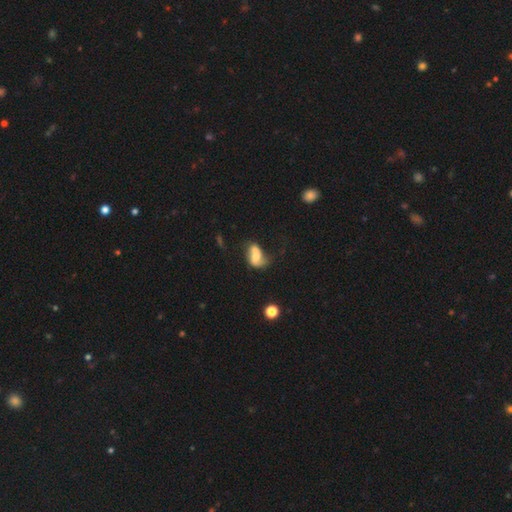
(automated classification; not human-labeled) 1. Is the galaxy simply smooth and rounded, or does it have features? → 52% featured or disk, 39% smooth, 9% star or artifact.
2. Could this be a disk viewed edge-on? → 96% no, 4% yes.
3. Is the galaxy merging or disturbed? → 34% none, 26% minor disturbance, 25% major disturbance, 15% merger.